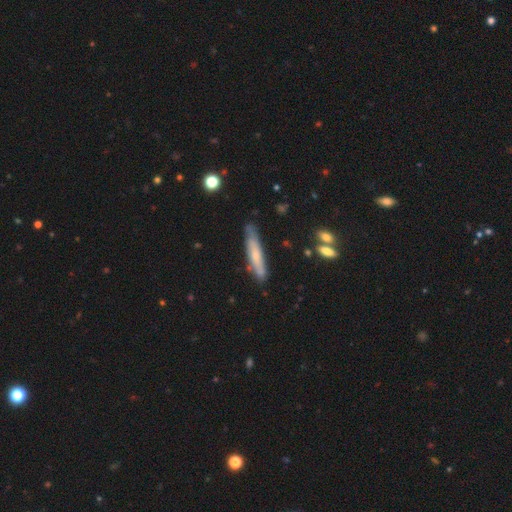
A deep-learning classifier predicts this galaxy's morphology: Overall: smooth (51%; featured or disk 43%). How rounded: cigar-shaped (89%). Merging: none (76%).